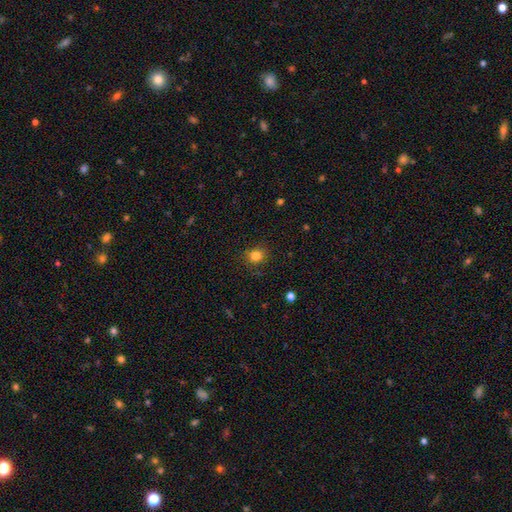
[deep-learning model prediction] Smooth or featured: smooth — 83% (star or artifact — 12%)
How rounded: round — 81% (in between — 18%)
Merging: none — 85% (minor disturbance — 11%)